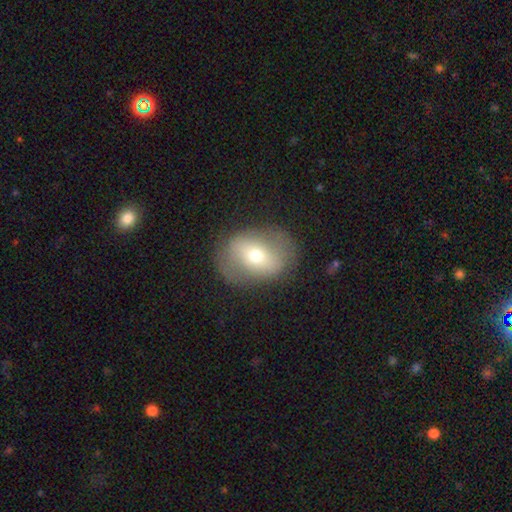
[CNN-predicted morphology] A smooth galaxy with no disk features (51%) that is in between round and cigar-shaped (59%).

Vote fractions:
- Smooth or featured? smooth: 51% / featured or disk: 41% / star or artifact: 9%
- How rounded? in between: 59% / round: 40% / cigar-shaped: 2%
- Merging? none: 75% / minor disturbance: 16% / major disturbance: 9% / merger: 1%